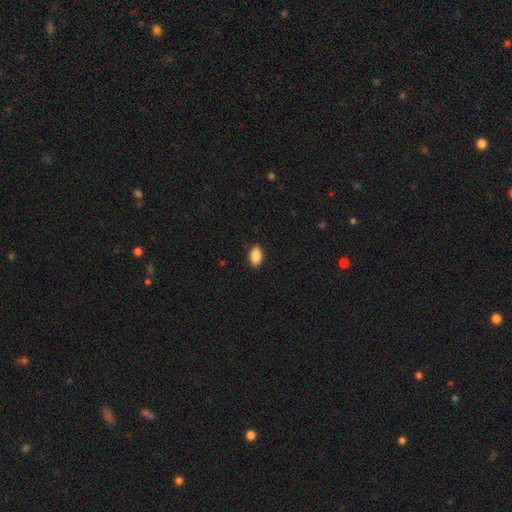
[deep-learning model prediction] Smooth or featured: smooth — 86% (star or artifact — 7%)
How rounded: in between — 91% (round — 5%)
Merging: none — 88% (minor disturbance — 9%)